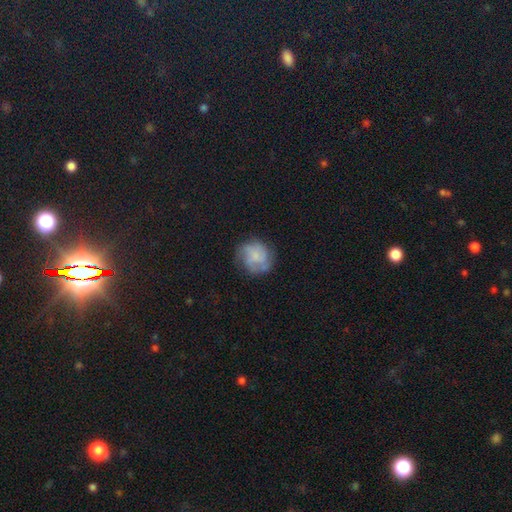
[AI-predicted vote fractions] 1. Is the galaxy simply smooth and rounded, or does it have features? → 46% featured or disk, 45% smooth, 9% star or artifact.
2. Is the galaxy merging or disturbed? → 68% none, 20% minor disturbance, 10% major disturbance, 2% merger.